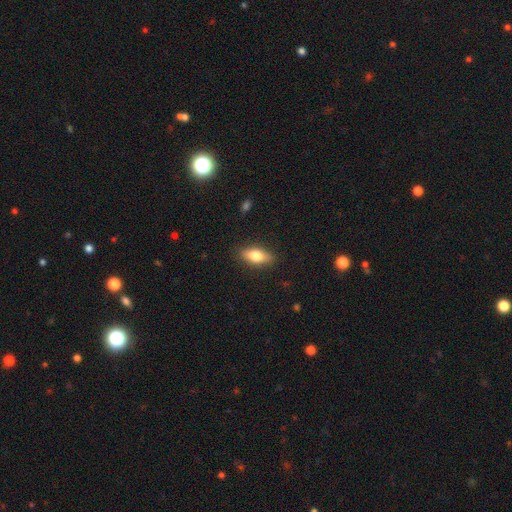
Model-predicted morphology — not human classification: This appears to be a smooth galaxy with no disk features (70%) that is in between round and cigar-shaped (77%). Merging: none (87%).